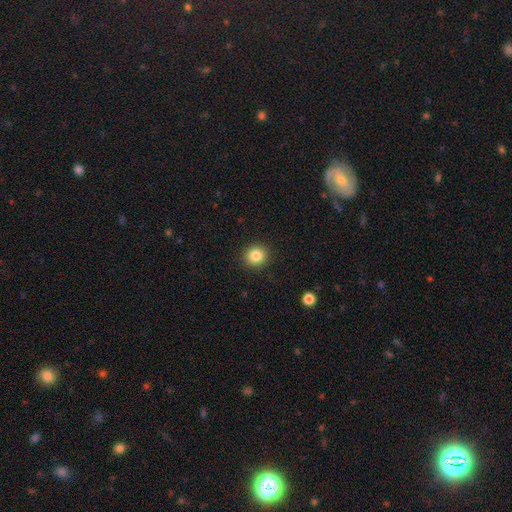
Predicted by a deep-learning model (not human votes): Overall: smooth (85%). How rounded: round (89%). Merging: none (92%).